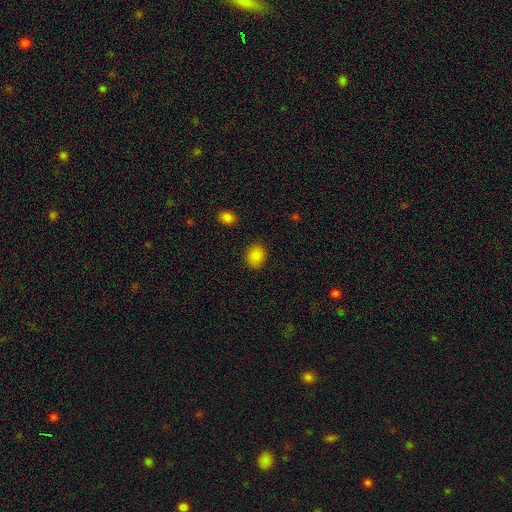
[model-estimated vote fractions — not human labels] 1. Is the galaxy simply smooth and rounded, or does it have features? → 87% smooth, 10% star or artifact, 3% featured or disk.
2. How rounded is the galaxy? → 68% round, 31% in between, 1% cigar-shaped.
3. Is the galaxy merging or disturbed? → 88% none, 8% minor disturbance, 2% major disturbance, 2% merger.